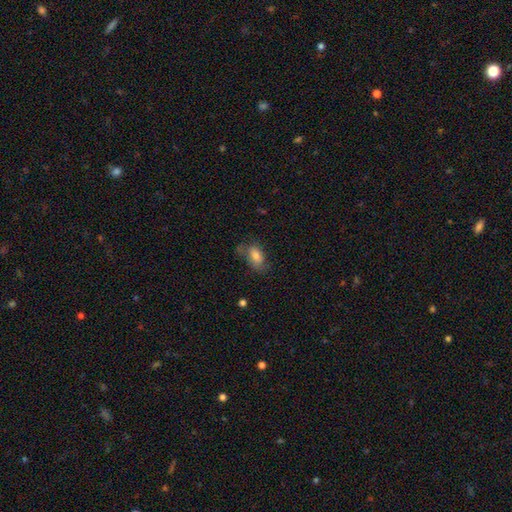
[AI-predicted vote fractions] The model was most divided on "merging": none: 54%, minor disturbance: 27%, major disturbance: 15%, merger: 4%. More confident: how rounded — in between (88%); smooth or featured — smooth (74%).